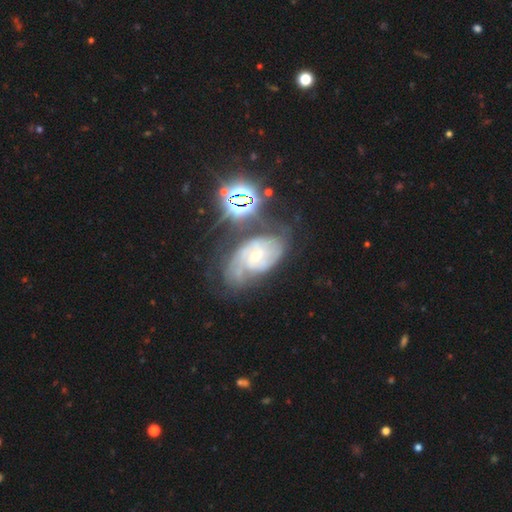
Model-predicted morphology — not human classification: A featured or disk galaxy (78%) with no bar (59%), tight (54%) spiral arms (94%) and a small central bulge (58%).

Vote fractions:
- Smooth or featured? featured or disk: 78% / star or artifact: 12% / smooth: 9%
- Edge-on disk? no: 96% / yes: 4%
- Bar? no: 59% / weak: 33% / strong: 7%
- Spiral arms? yes: 94% / no: 6%
- Spiral winding? tight: 54% / medium: 36% / loose: 9%
- Spiral arm count? can't tell: 35% / 2: 31% / 3: 19% / 4: 6% / 1: 5% / more than 4: 4%
- Bulge size? small: 58% / moderate: 38% / large: 2% / none: 2% / dominant: 1%
- Merging? none: 50% / minor disturbance: 26% / major disturbance: 17% / merger: 7%